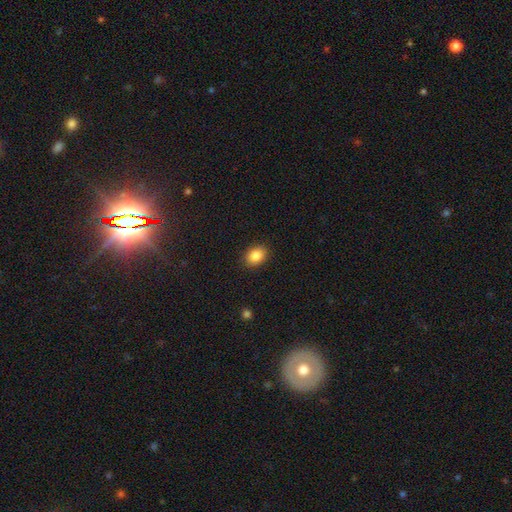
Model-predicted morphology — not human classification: The model was most divided on "how rounded": in between: 69%, round: 30%, cigar-shaped: 1%. More confident: merging — none (89%); smooth or featured — smooth (86%).